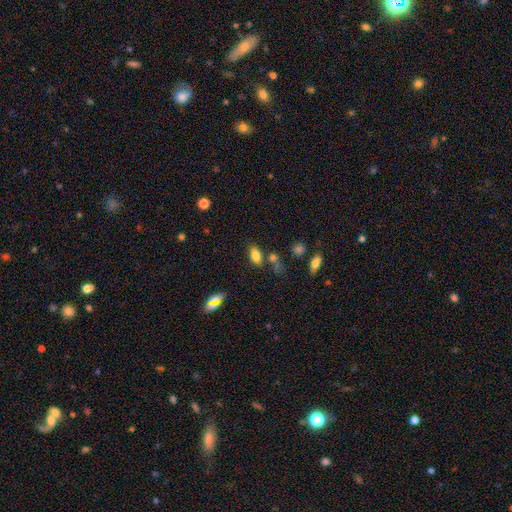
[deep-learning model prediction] smooth 78%, featured or disk 11%, star or artifact 10%. Down the decision tree: how rounded — in between (89%); merging — none (66%).